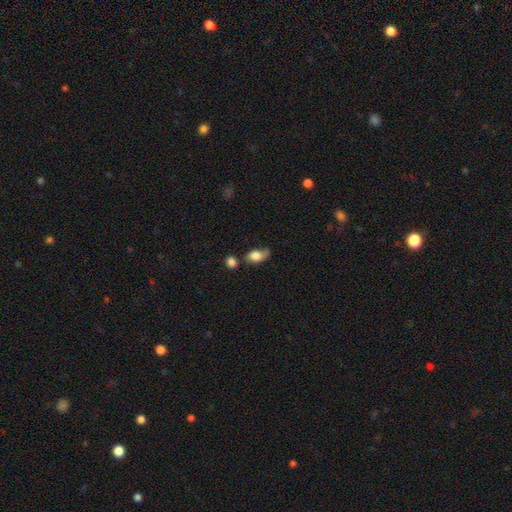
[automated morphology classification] smooth-or-featured: smooth: 79% | featured or disk: 13% | star or artifact: 8%
  how-rounded: in between: 80% | round: 18% | cigar-shaped: 3%
  merging: none: 36% | minor disturbance: 33% | major disturbance: 17% | merger: 14%